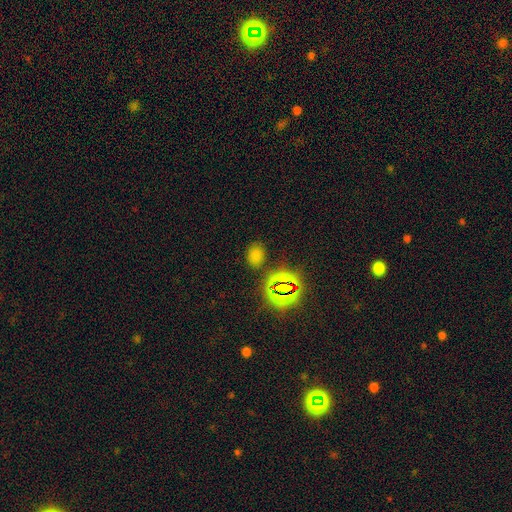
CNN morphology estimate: Overall: smooth (64%; star or artifact 31%). How rounded: in between (65%; round 33%). Merging: none (81%).